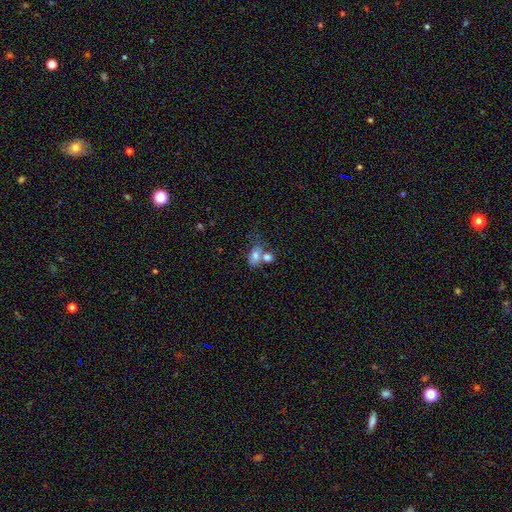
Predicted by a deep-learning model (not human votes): The model was most divided on "merging": merger: 52%, none: 29%, minor disturbance: 12%, major disturbance: 7%. More confident: how rounded — in between (74%); smooth or featured — smooth (73%).